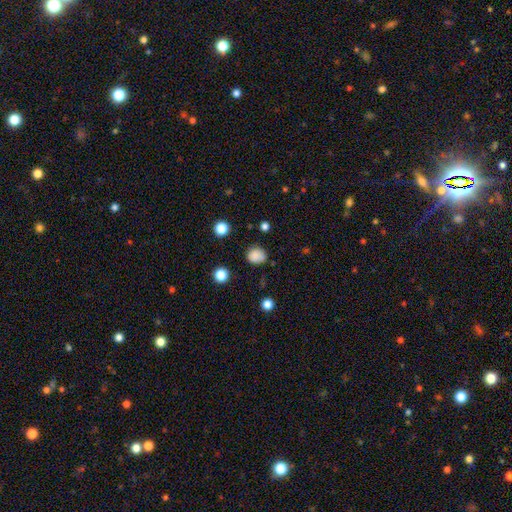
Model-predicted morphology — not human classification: Smooth or featured: smooth — 84% (star or artifact — 12%)
How rounded: round — 77% (in between — 22%)
Merging: none — 80% (minor disturbance — 14%)